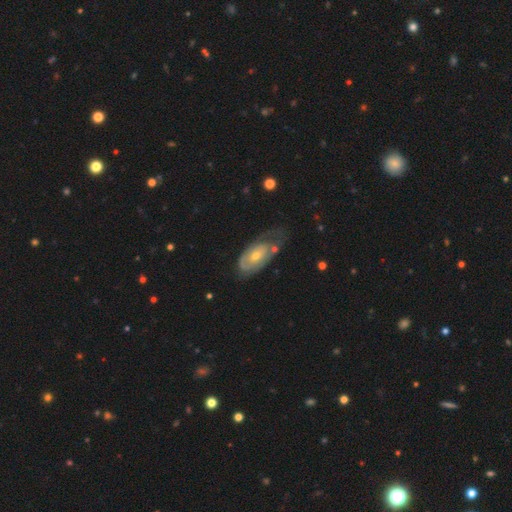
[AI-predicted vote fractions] Smooth or featured? Predicted: featured or disk (p=0.66). Edge-on disk? Predicted: no (p=0.92). Bar? Predicted: no (p=0.75). Spiral arms? Predicted: yes (p=0.66). Bulge size? Predicted: small (p=0.48, tied with moderate). Merging? Predicted: none (p=0.39).